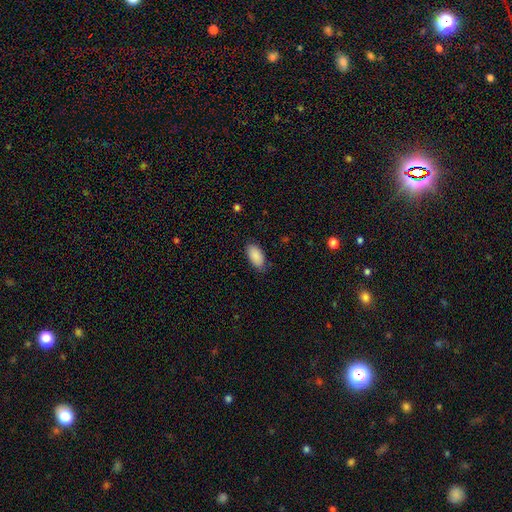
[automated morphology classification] Smooth or featured? Predicted: smooth (p=0.90). How rounded? Predicted: in between (p=0.94). Merging? Predicted: none (p=0.82).